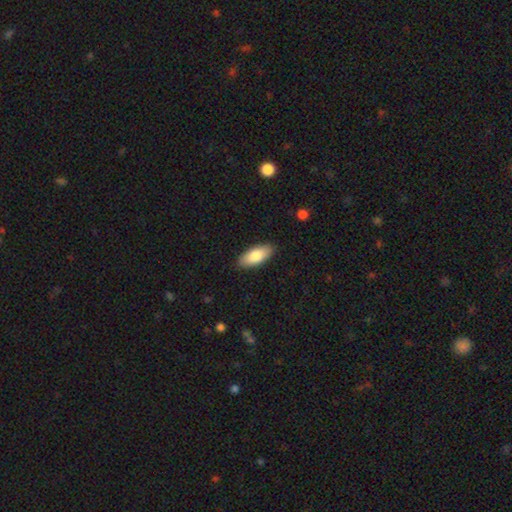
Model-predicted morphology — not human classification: smooth 82%, featured or disk 12%, star or artifact 5%. Down the decision tree: how rounded — in between (85%); merging — none (89%).